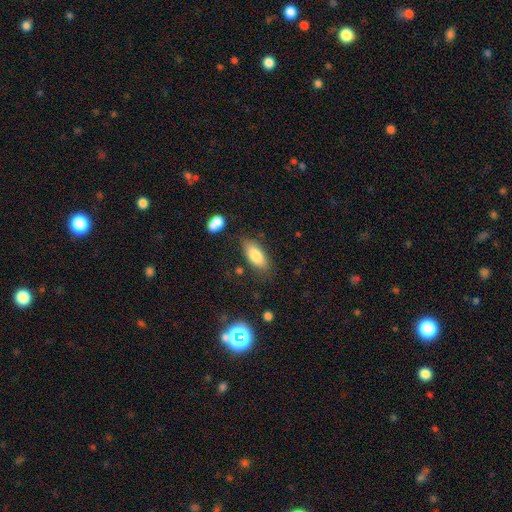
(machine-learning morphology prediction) Smooth or featured?
  - smooth: 82% *
  - featured or disk: 11%
  - star or artifact: 8%
How rounded?
  - in between: 83% *
  - cigar-shaped: 14%
  - round: 3%
Merging?
  - none: 76% *
  - minor disturbance: 16%
  - major disturbance: 4%
  - merger: 4%